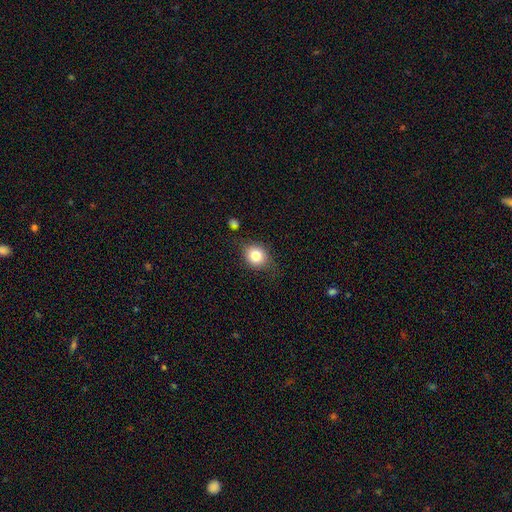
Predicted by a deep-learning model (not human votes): A smooth galaxy with no disk features (78%) that is round (70%).

Vote fractions:
- Smooth or featured? smooth: 78% / featured or disk: 11% / star or artifact: 11%
- How rounded? round: 70% / in between: 29% / cigar-shaped: 1%
- Merging? none: 75% / minor disturbance: 17% / major disturbance: 5% / merger: 3%